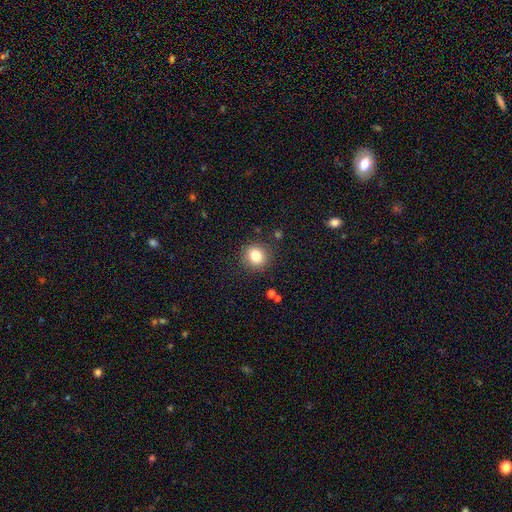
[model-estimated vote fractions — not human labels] Smooth or featured: smooth — 82% (star or artifact — 11%)
How rounded: round — 85% (in between — 14%)
Merging: none — 88% (minor disturbance — 7%)